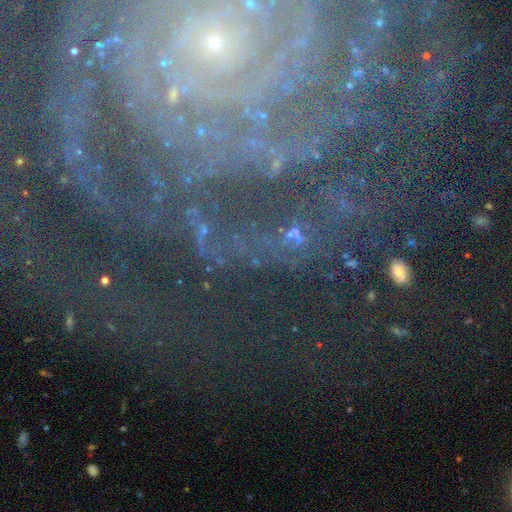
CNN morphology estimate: Smooth or featured? featured or disk (44%)
Merging? none (65%)